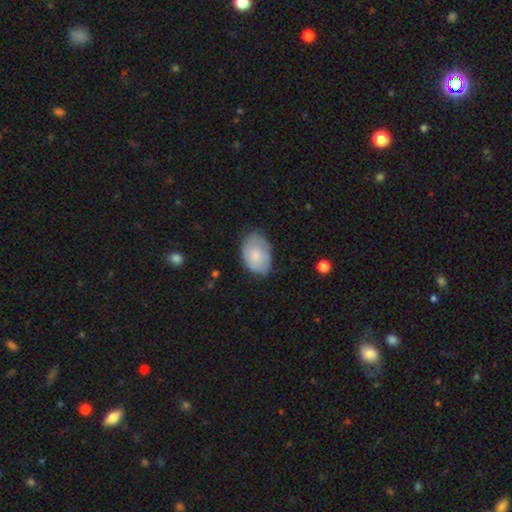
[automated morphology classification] smooth_or_featured: smooth (p=0.70) [alt: featured or disk p=0.24]
how_rounded: in between (p=0.85) [alt: round p=0.14]
merging: none (p=0.64) [alt: minor disturbance p=0.28]